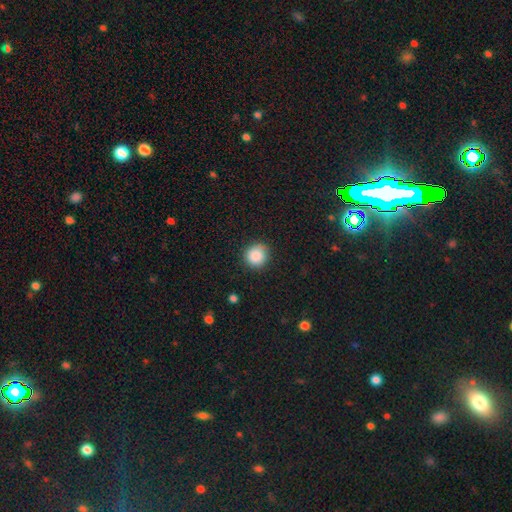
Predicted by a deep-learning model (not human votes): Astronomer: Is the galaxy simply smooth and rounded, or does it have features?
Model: smooth — 87%.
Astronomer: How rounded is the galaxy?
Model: round — 92%.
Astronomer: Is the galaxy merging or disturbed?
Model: none — 84%.